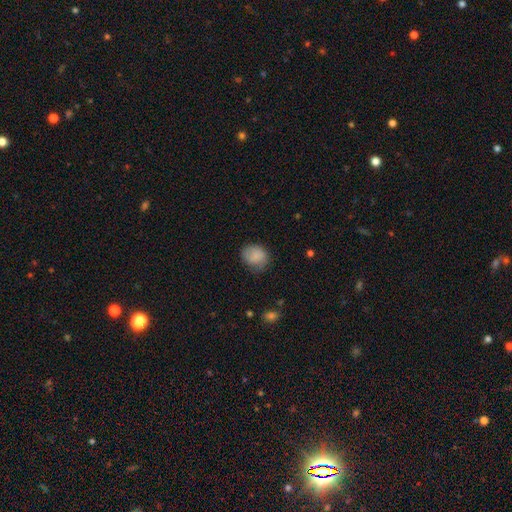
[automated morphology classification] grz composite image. It shows a smooth galaxy with no disk features (81%) that is round (58%). Merging: none (64%).